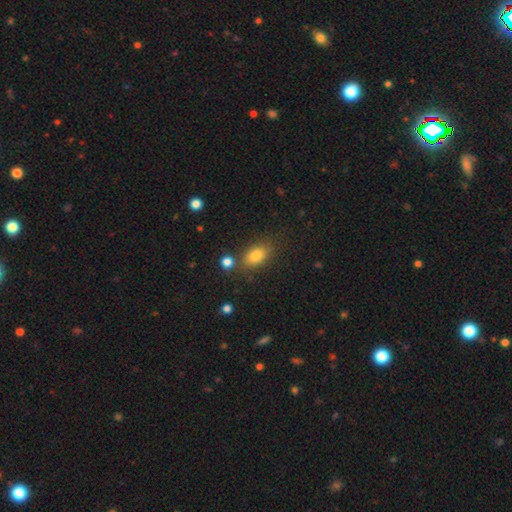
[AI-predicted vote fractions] The model was most divided on "merging": none: 73%, minor disturbance: 13%, merger: 9%, major disturbance: 4%. More confident: how rounded — in between (85%); smooth or featured — smooth (81%).